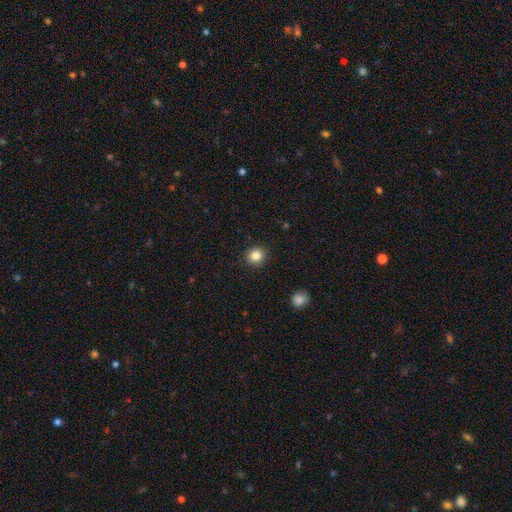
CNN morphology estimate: smooth_or_featured: smooth (p=0.84) [alt: star or artifact p=0.11]
how_rounded: round (p=0.92) [alt: in between p=0.07]
merging: none (p=0.93) [alt: minor disturbance p=0.05]